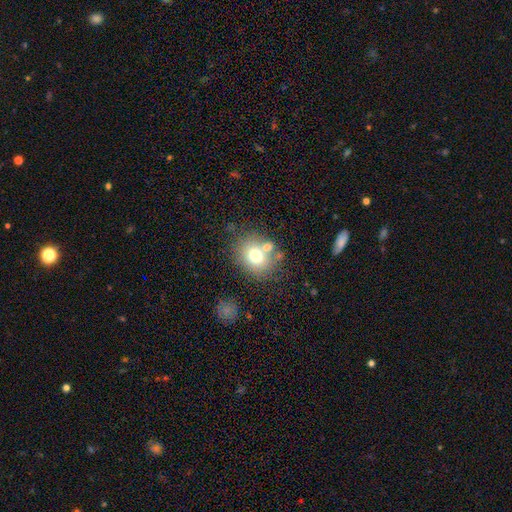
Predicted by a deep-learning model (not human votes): This appears to be a smooth galaxy with no disk features (71%) that is round (60%). Merging: none (62%).